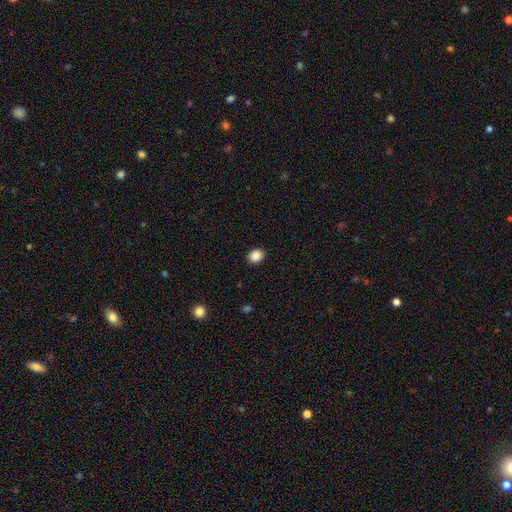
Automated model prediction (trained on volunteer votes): Morphology: type=smooth (88%); roundness=round (62%); merging=none (91%).